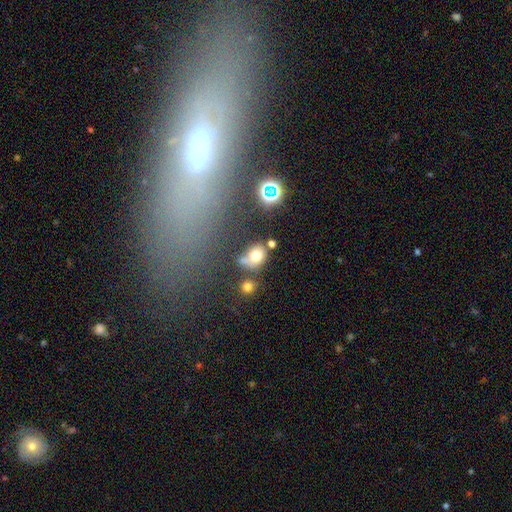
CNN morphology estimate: Overall: smooth (70%). How rounded: in between (59%; round 40%). Merging: none (43%; merger 26%).